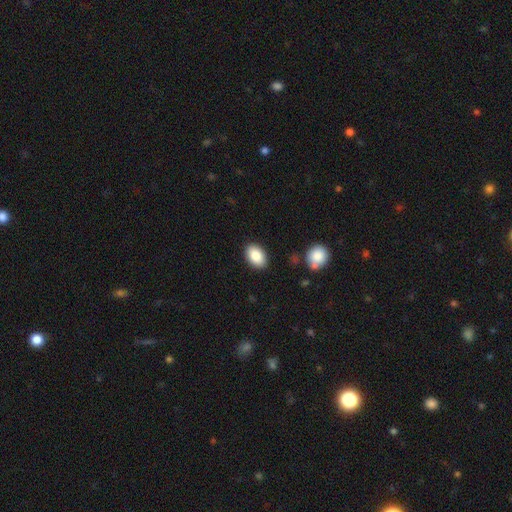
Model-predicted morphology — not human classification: Q: Smooth or featured?
A: smooth (87%); runner-up: star or artifact (7%)
Q: How rounded?
A: in between (89%); runner-up: round (9%)
Q: Merging?
A: none (88%); runner-up: minor disturbance (8%)